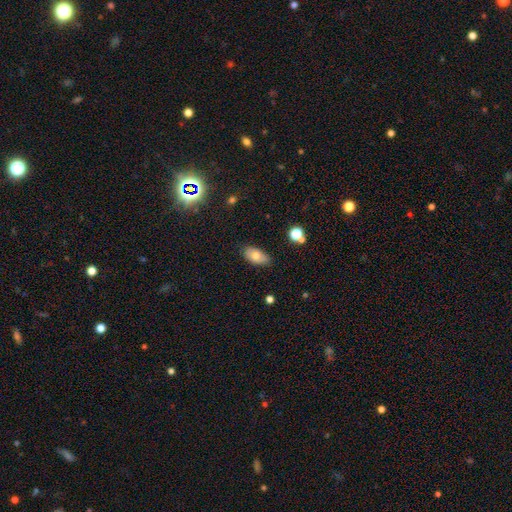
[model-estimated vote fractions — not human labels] Smooth or featured? Predicted: smooth (p=0.72). How rounded? Predicted: in between (p=0.91). Merging? Predicted: none (p=0.79).